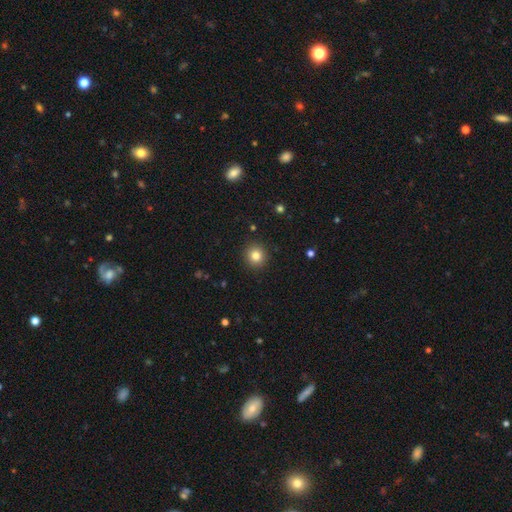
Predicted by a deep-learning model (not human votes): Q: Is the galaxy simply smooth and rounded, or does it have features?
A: smooth — 82%.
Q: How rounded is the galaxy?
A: round — 92%.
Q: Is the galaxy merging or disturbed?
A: none — 91%.